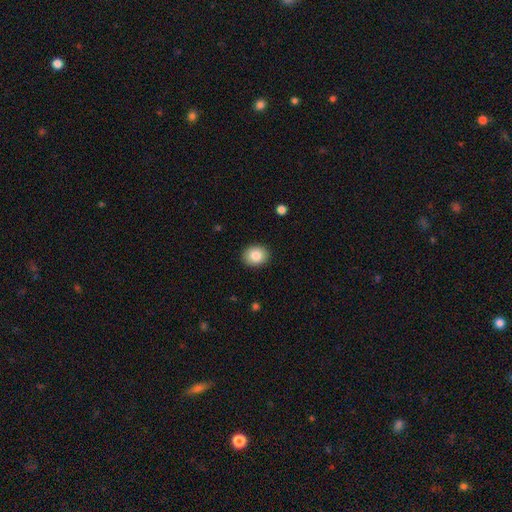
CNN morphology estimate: This is clearly a smooth galaxy (84%). How rounded: possibly round (59%). Merging: clearly none (90%).